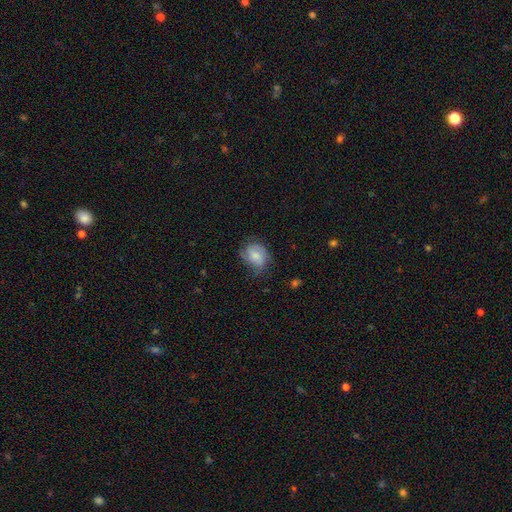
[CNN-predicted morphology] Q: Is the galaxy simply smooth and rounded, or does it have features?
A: smooth — 62%.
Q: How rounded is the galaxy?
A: round — 51%.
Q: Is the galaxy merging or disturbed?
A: none — 56%.